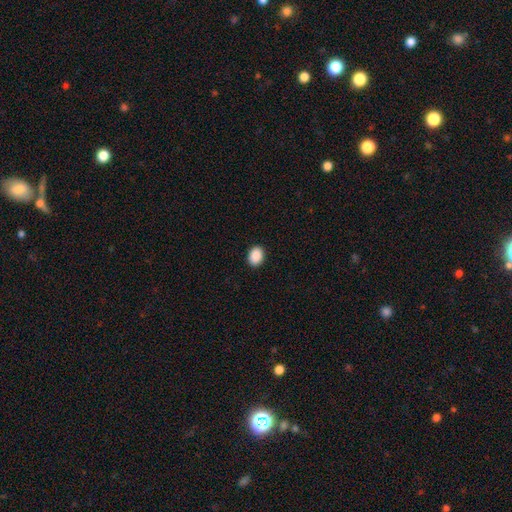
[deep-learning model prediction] smooth-or-featured: smooth: 90% | star or artifact: 7% | featured or disk: 2%
  how-rounded: in between: 69% | round: 30% | cigar-shaped: 1%
  merging: none: 91% | minor disturbance: 6% | major disturbance: 2% | merger: 1%